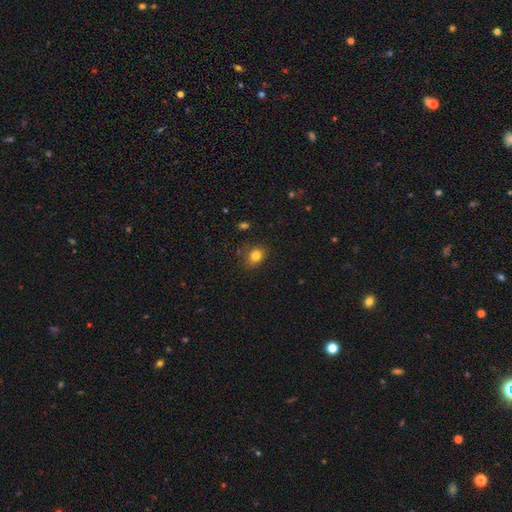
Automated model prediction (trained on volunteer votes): Morphology: type=smooth (82%); roundness=round (59%); merging=none (79%).